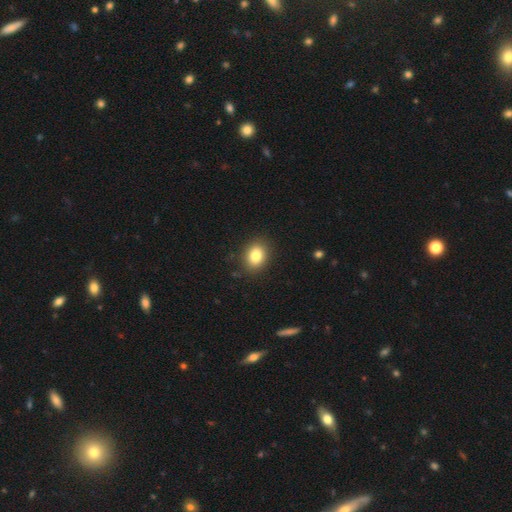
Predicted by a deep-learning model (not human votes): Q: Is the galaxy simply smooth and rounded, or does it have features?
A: smooth — 83%.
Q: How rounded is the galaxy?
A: in between — 61%.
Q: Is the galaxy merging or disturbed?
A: none — 87%.